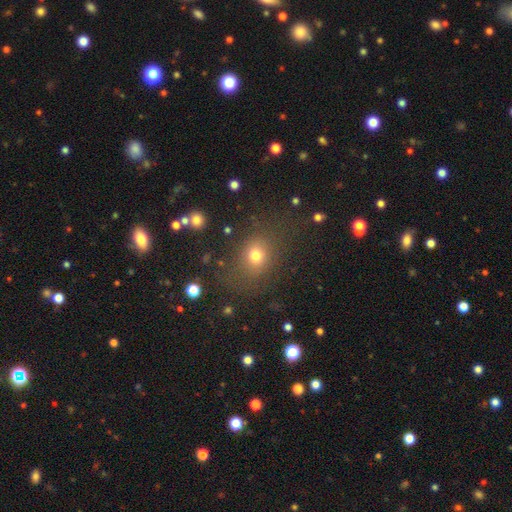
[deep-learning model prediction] This appears to be a smooth galaxy with no disk features (73%) that is round (54%). Merging: none (72%).